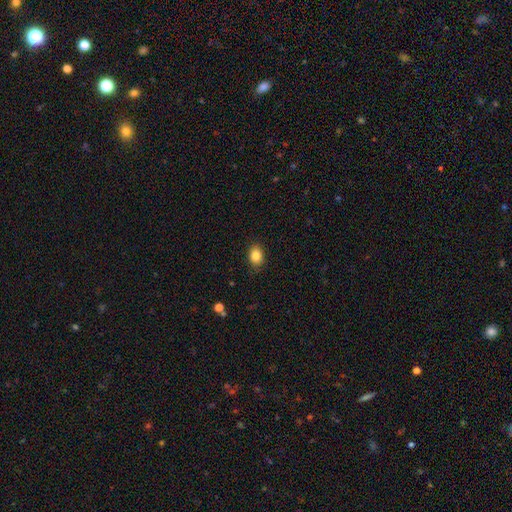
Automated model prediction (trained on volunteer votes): A smooth galaxy with no disk features (85%) that is in between round and cigar-shaped (71%). Merging: none (87%).